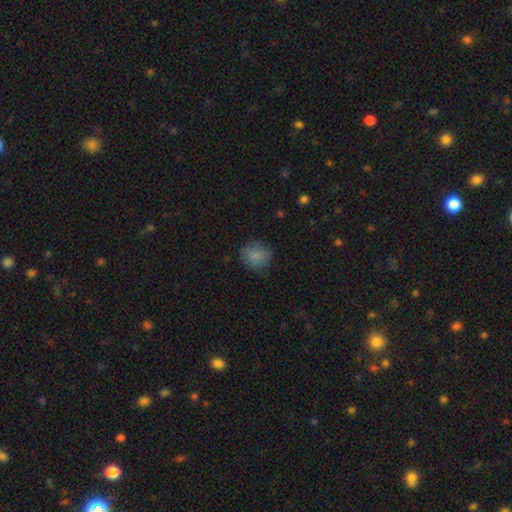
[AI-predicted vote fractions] Smooth or featured? Predicted: smooth (p=0.81). How rounded? Predicted: round (p=0.80). Merging? Predicted: none (p=0.75).